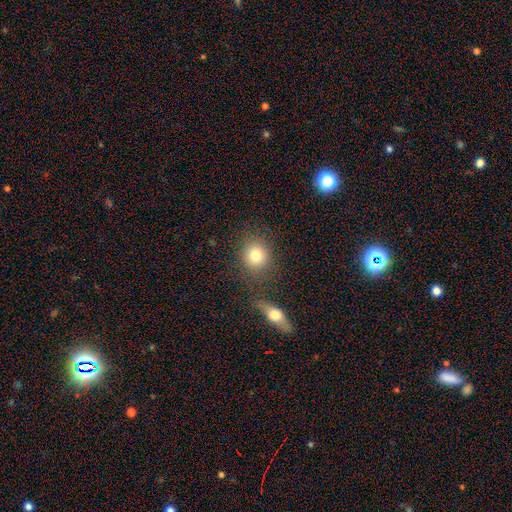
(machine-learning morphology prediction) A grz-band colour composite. It shows a smooth galaxy with no disk features (79%) that is round (82%). Merging: none (74%).